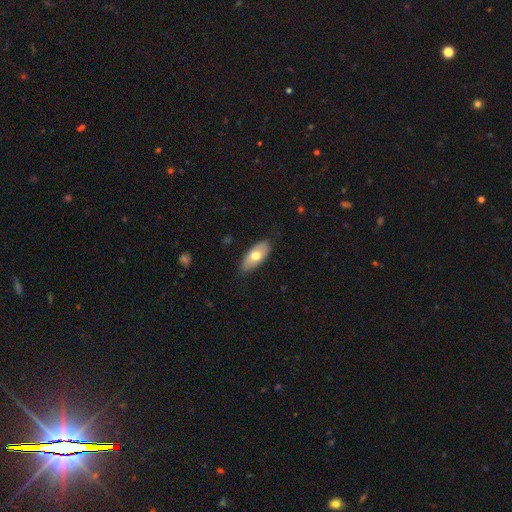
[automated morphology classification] Smooth or featured?
  - smooth: 65% *
  - featured or disk: 29%
  - star or artifact: 6%
How rounded?
  - in between: 87% *
  - cigar-shaped: 10%
  - round: 3%
Merging?
  - none: 78% *
  - minor disturbance: 18%
  - major disturbance: 3%
  - merger: 1%